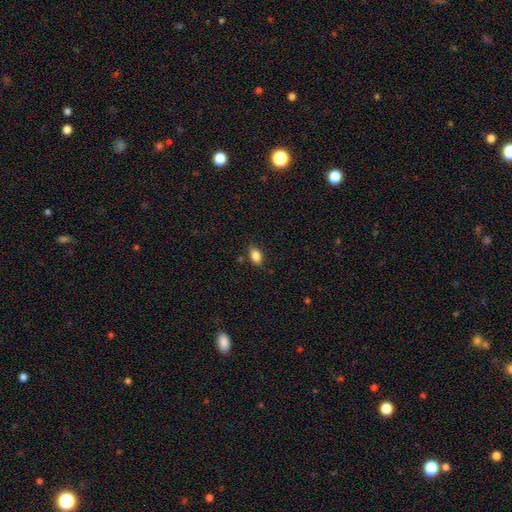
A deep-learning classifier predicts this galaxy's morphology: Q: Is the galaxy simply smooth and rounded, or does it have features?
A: smooth — 85%.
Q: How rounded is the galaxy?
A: in between — 88%.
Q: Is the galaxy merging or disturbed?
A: none — 84%.